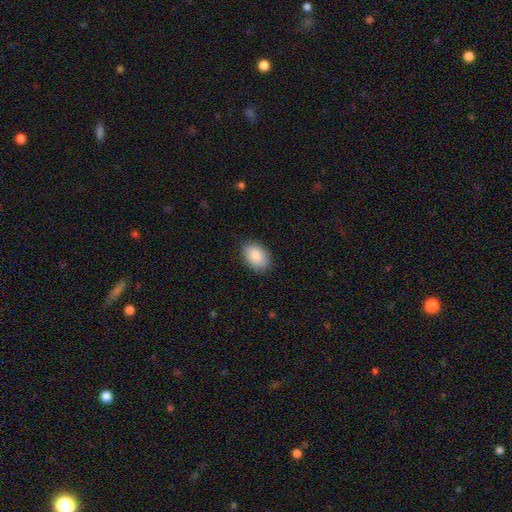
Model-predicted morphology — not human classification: Smooth or featured? smooth (87%)
How rounded? in between (82%)
Merging? none (86%)